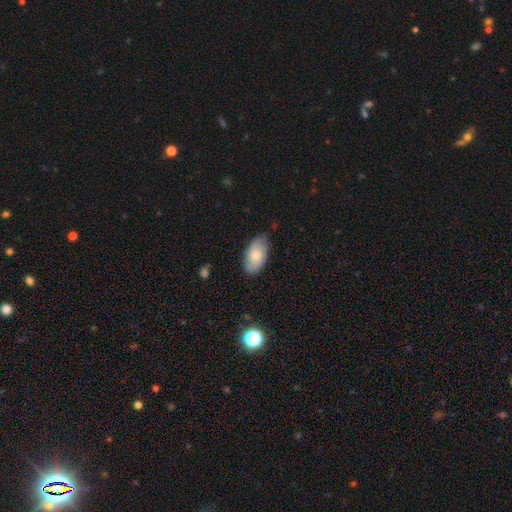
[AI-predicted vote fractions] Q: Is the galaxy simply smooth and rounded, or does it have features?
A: smooth — 78%.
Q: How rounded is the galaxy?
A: in between — 95%.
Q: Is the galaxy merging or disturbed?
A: none — 77%.